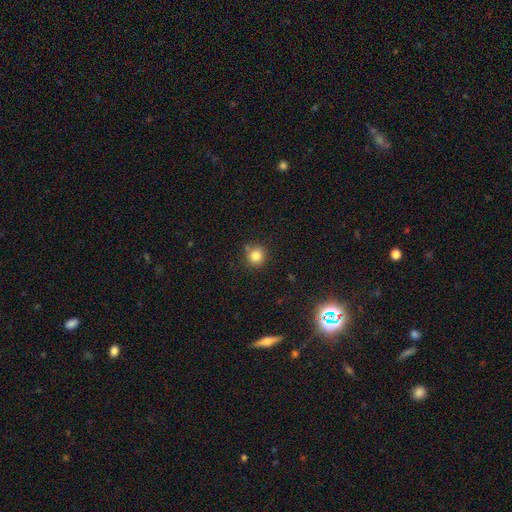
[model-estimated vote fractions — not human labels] Smooth or featured? Predicted: smooth (p=0.83). How rounded? Predicted: round (p=0.92). Merging? Predicted: none (p=0.79).